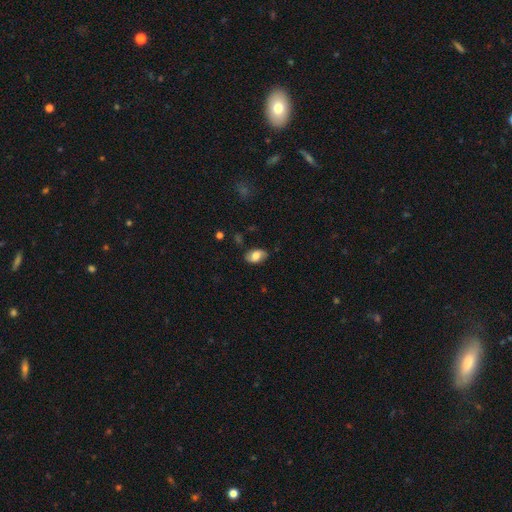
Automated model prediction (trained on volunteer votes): smooth_or_featured: smooth (p=0.61) [alt: featured or disk p=0.31]
how_rounded: in between (p=0.89) [alt: round p=0.09]
merging: none (p=0.76) [alt: minor disturbance p=0.18]